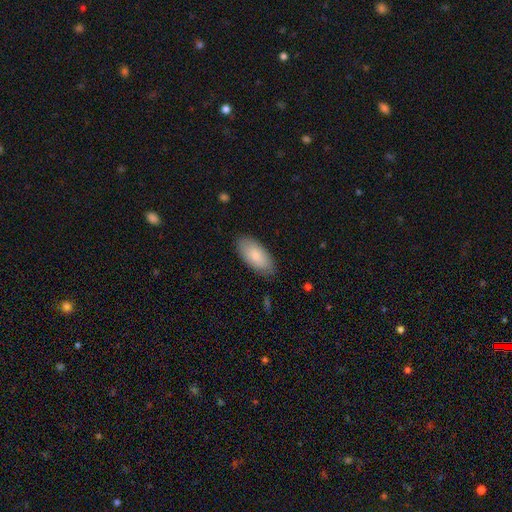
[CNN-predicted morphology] The model was most divided on "smooth or featured": smooth: 83%, featured or disk: 11%, star or artifact: 6%. More confident: how rounded — in between (92%); merging — none (84%).